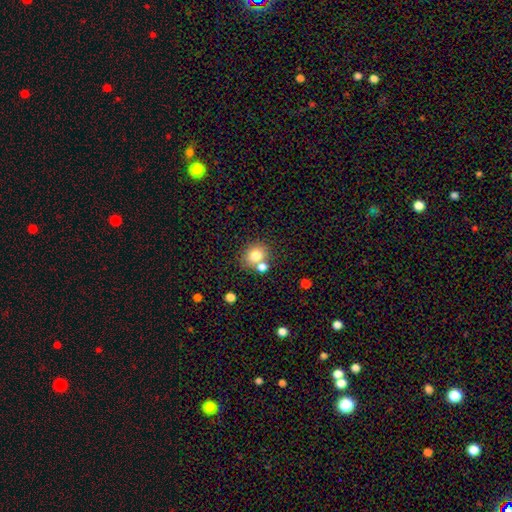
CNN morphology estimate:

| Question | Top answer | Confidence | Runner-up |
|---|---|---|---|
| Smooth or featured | smooth | 78% | star or artifact (12%) |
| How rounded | round | 71% | in between (29%) |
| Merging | none | 62% | merger (23%) |